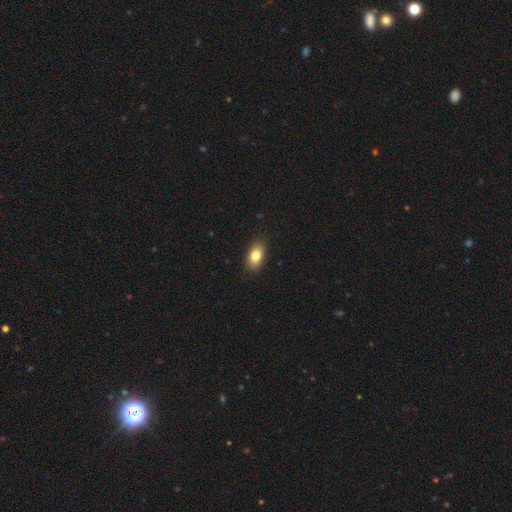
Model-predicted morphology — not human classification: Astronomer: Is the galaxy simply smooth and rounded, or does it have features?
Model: smooth — 81%.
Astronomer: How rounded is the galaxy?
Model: in between — 89%.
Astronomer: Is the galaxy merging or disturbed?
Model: none — 88%.